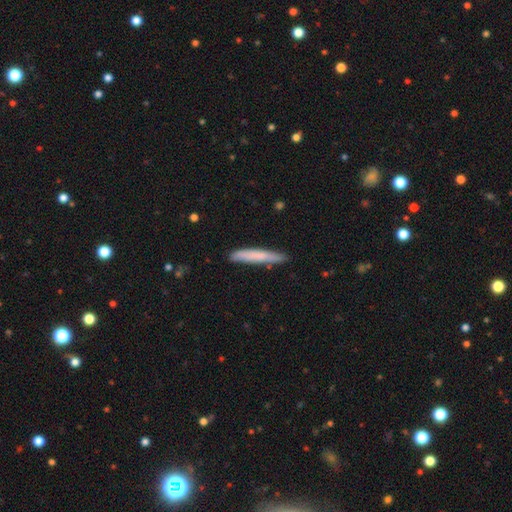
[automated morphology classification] This is likely a smooth galaxy (72%). How rounded: clearly cigar-shaped (94%). Merging: clearly none (83%).